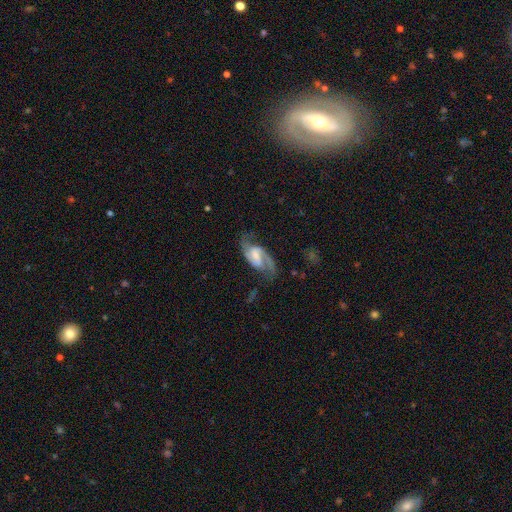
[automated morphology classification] type=featured or disk (88%); edge-on=no (97%); bar=weak (51%); spiral arms=yes (97%); winding=medium (56%); arm count=2 (92%); bulge=small (41%); merging=none (71%).